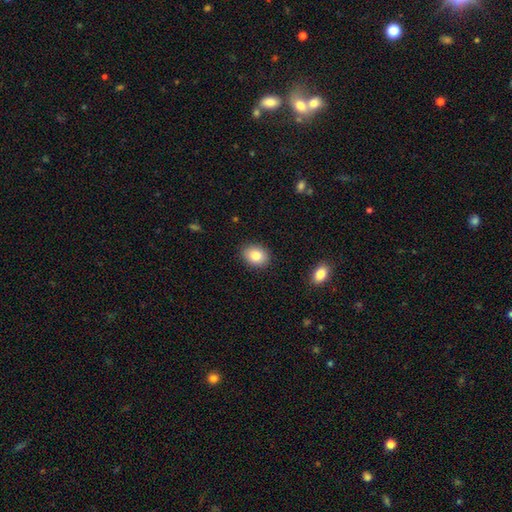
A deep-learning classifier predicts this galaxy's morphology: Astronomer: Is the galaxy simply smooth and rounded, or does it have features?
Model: smooth — 84%.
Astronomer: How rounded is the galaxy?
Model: in between — 67%.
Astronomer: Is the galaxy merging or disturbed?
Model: none — 88%.